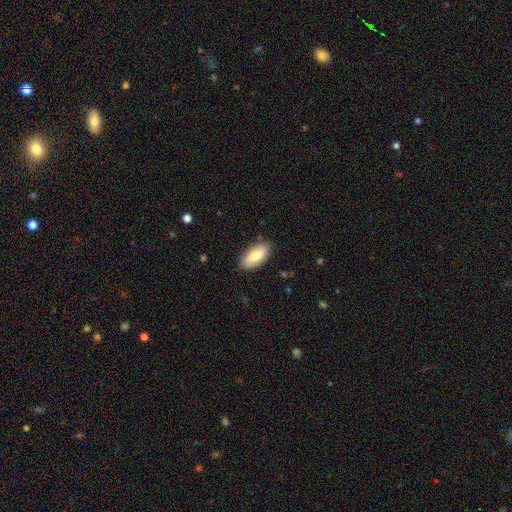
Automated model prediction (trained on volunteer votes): Smooth or featured? smooth (75%)
How rounded? in between (92%)
Merging? none (85%)